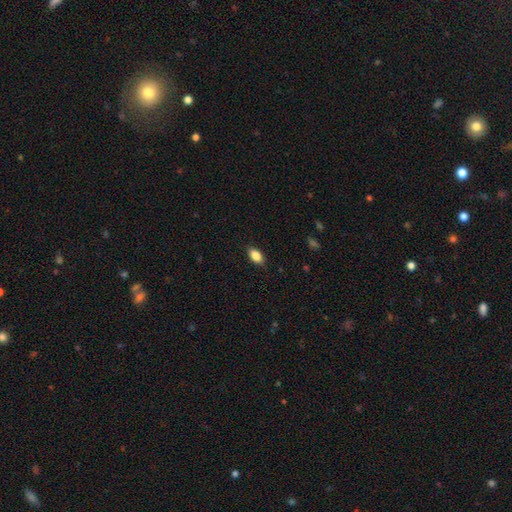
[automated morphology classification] smooth_or_featured: smooth (p=0.85) [alt: star or artifact p=0.08]
how_rounded: in between (p=0.89) [alt: round p=0.05]
merging: none (p=0.85) [alt: minor disturbance p=0.12]